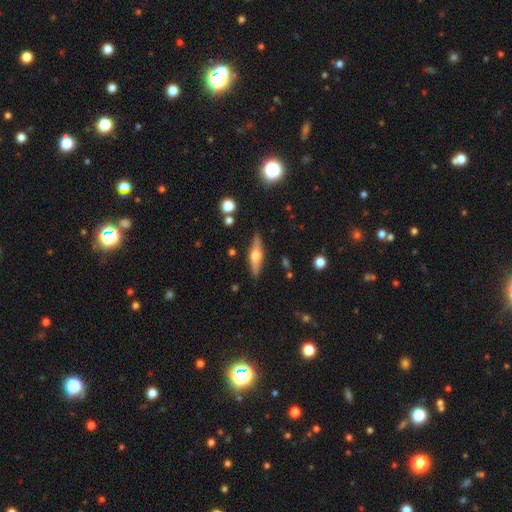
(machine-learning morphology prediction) Smooth or featured? Predicted: featured or disk (p=0.65). Edge-on disk? Predicted: yes (p=0.94). Edge-on bulge? Predicted: rounded (p=0.94). Merging? Predicted: none (p=0.87).